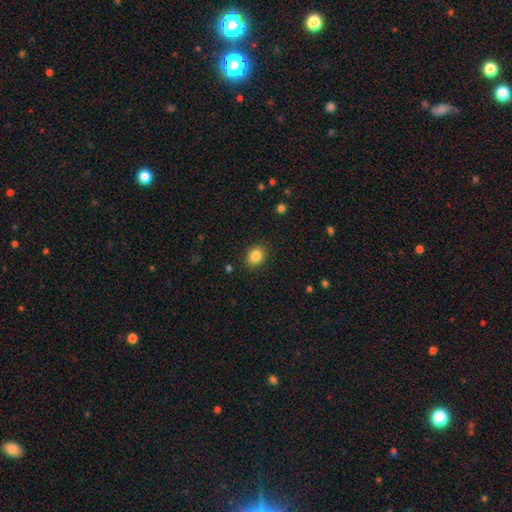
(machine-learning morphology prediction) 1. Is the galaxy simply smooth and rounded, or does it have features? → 85% smooth, 10% star or artifact, 6% featured or disk.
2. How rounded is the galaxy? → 50% round, 49% in between, 1% cigar-shaped.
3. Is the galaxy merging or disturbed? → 88% none, 8% minor disturbance, 2% major disturbance, 1% merger.